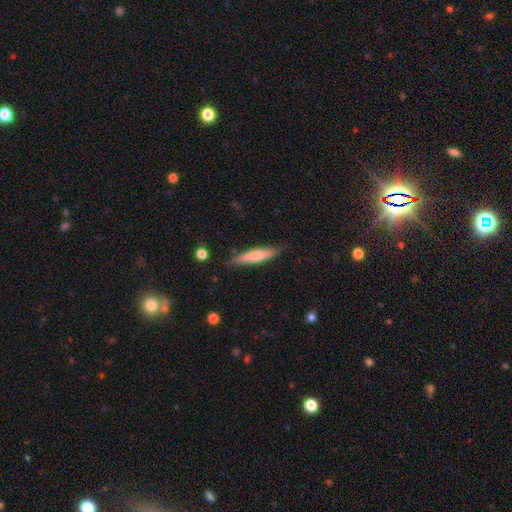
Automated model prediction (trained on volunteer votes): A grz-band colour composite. It shows a smooth galaxy with no disk features (69%) that is cigar-shaped (85%). Merging: none (80%).